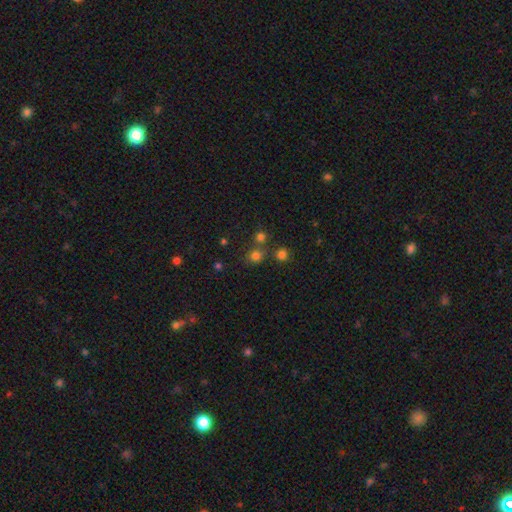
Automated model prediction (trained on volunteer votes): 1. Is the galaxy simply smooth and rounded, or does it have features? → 72% smooth, 21% star or artifact, 6% featured or disk.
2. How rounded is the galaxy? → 83% round, 16% in between, 1% cigar-shaped.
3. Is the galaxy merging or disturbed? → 69% none, 19% merger, 9% minor disturbance, 4% major disturbance.